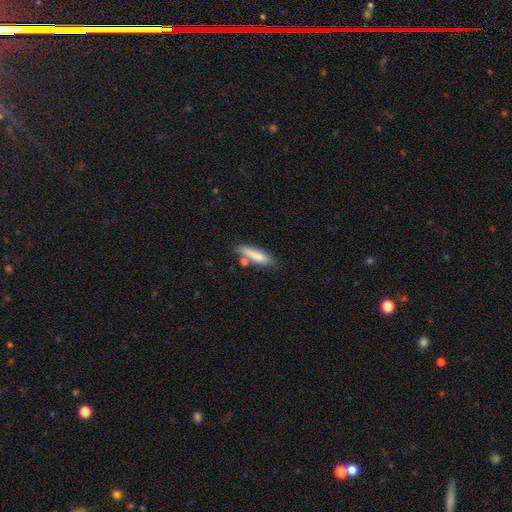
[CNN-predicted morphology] smooth-or-featured: smooth: 79% | featured or disk: 14% | star or artifact: 7%
  how-rounded: cigar-shaped: 73% | in between: 25% | round: 2%
  merging: none: 67% | minor disturbance: 16% | merger: 13% | major disturbance: 4%